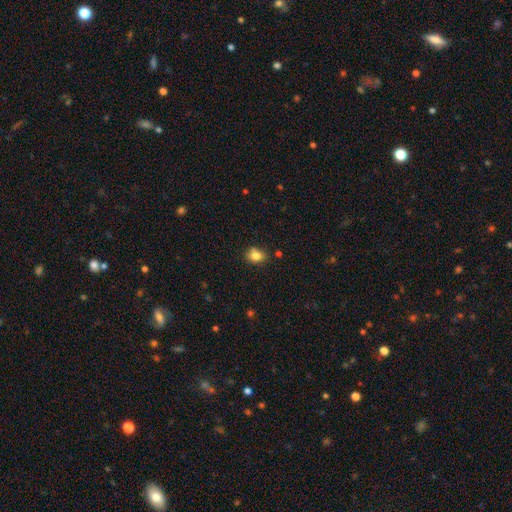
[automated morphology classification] Smooth or featured? smooth (81%)
How rounded? round (52%)
Merging? none (68%)